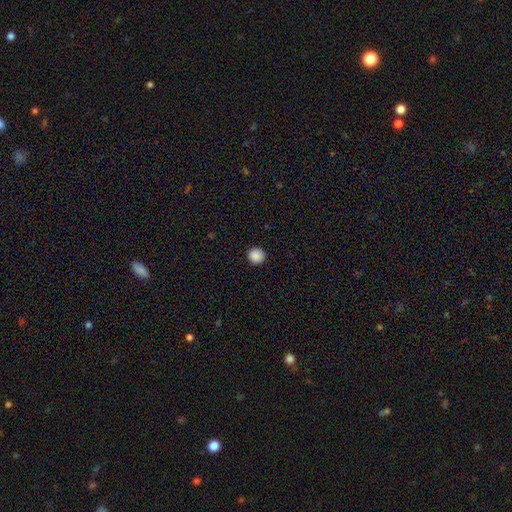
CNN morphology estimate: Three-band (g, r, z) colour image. It shows a smooth galaxy with no disk features (88%) that is round (95%). Merging: none (93%).